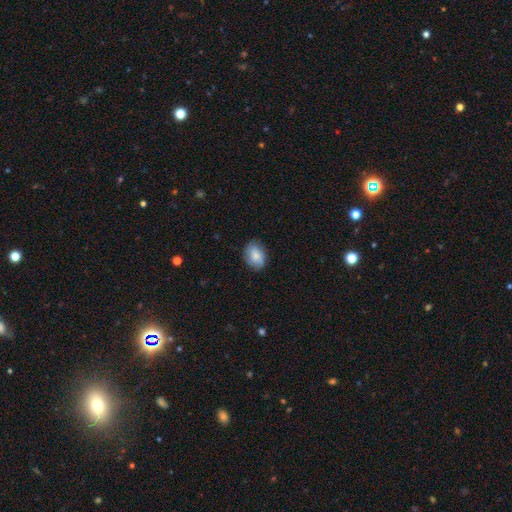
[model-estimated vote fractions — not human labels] Q: Smooth or featured?
A: smooth (75%); runner-up: featured or disk (18%)
Q: How rounded?
A: in between (77%); runner-up: round (21%)
Q: Merging?
A: none (77%); runner-up: minor disturbance (18%)